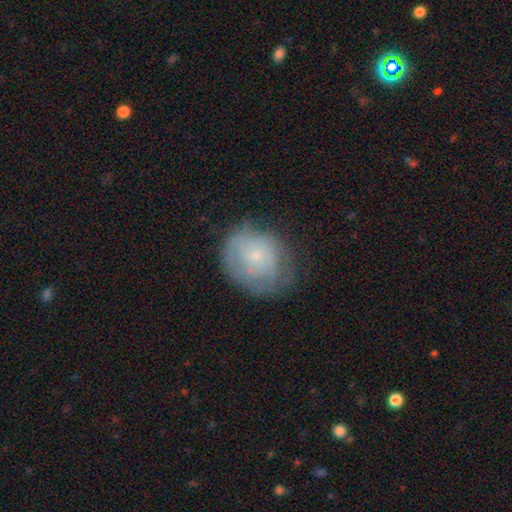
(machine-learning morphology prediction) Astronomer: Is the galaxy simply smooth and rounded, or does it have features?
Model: featured or disk — 49% (runner-up: smooth, 43%).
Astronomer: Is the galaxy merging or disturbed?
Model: none — 59%.